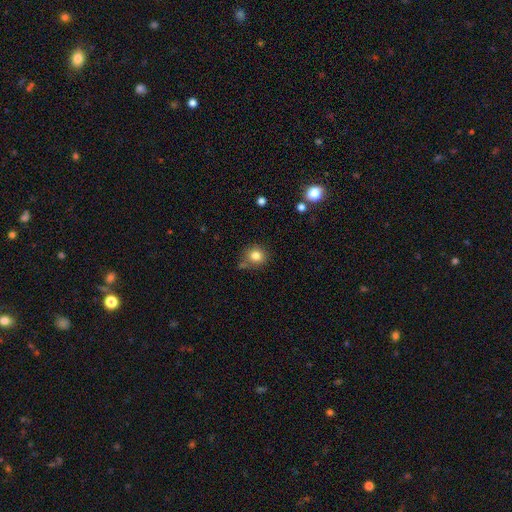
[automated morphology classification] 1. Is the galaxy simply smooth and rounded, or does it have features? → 82% smooth, 11% star or artifact, 7% featured or disk.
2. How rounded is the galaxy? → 86% round, 13% in between, 1% cigar-shaped.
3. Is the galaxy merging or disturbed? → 72% none, 15% minor disturbance, 8% merger, 4% major disturbance.